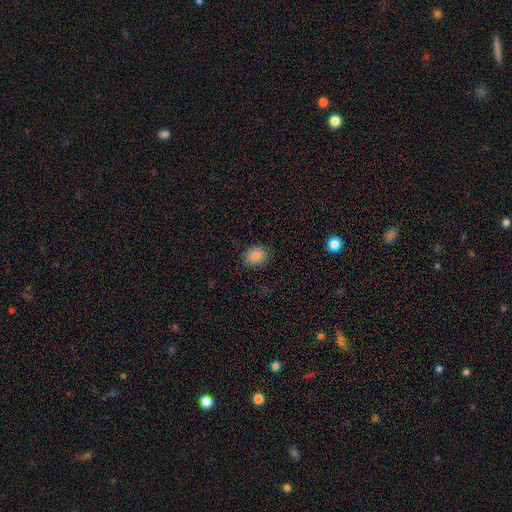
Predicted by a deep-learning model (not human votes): The model was most divided on "how rounded": round: 54%, in between: 45%, cigar-shaped: 1%. More confident: smooth or featured — smooth (86%); merging — none (83%).